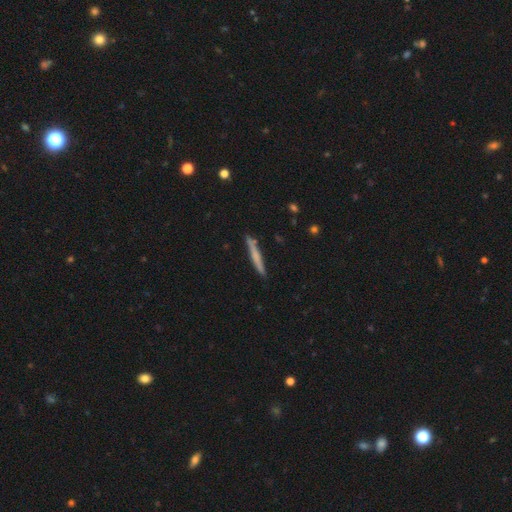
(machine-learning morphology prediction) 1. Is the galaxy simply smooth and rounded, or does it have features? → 57% smooth, 37% featured or disk, 6% star or artifact.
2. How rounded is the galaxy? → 96% cigar-shaped, 3% in between, 1% round.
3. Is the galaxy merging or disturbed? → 85% none, 11% minor disturbance, 2% merger, 2% major disturbance.